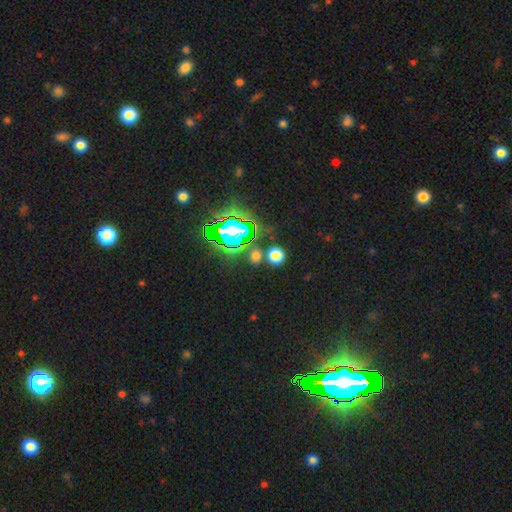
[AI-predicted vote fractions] smooth-or-featured: smooth: 55% | star or artifact: 38% | featured or disk: 7%
  how-rounded: round: 83% | in between: 16% | cigar-shaped: 2%
  merging: none: 81% | minor disturbance: 8% | merger: 7% | major disturbance: 4%